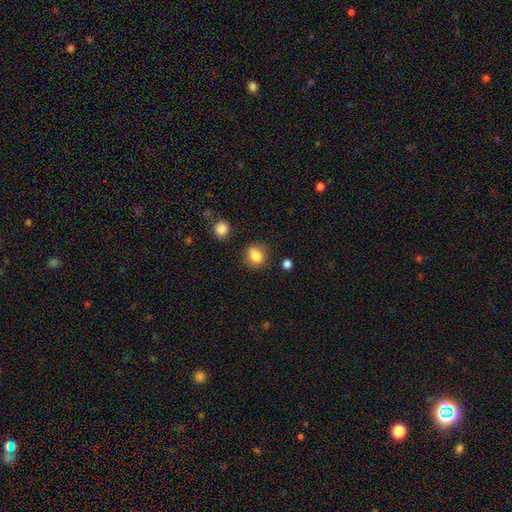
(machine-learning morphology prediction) smooth_or_featured: smooth (p=0.84) [alt: star or artifact p=0.10]
how_rounded: round (p=0.69) [alt: in between p=0.30]
merging: none (p=0.76) [alt: minor disturbance p=0.16]